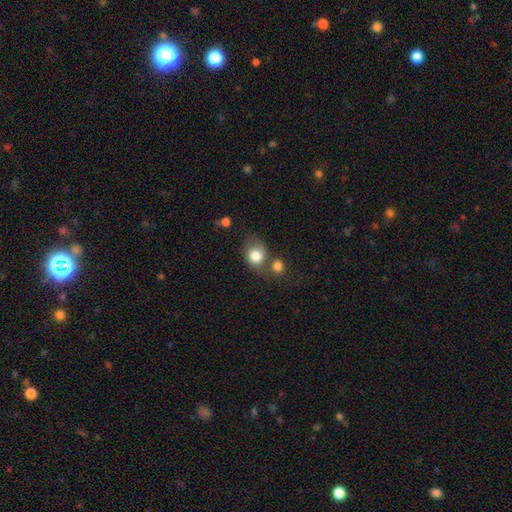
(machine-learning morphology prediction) Smooth or featured? smooth (81%)
How rounded? round (61%)
Merging? none (44%)